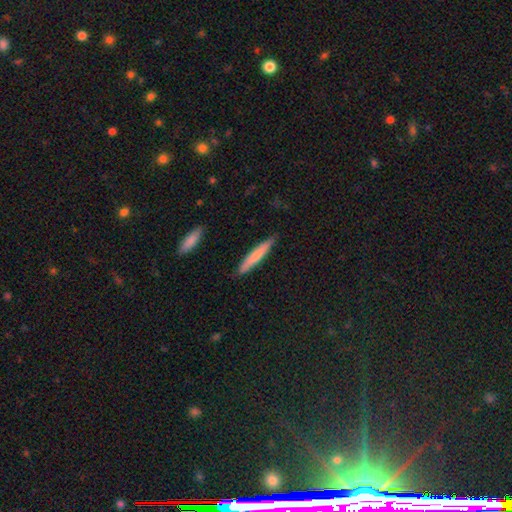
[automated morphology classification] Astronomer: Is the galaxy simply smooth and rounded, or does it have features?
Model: smooth — 71%.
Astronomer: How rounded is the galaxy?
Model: cigar-shaped — 92%.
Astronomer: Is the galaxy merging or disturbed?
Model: none — 87%.